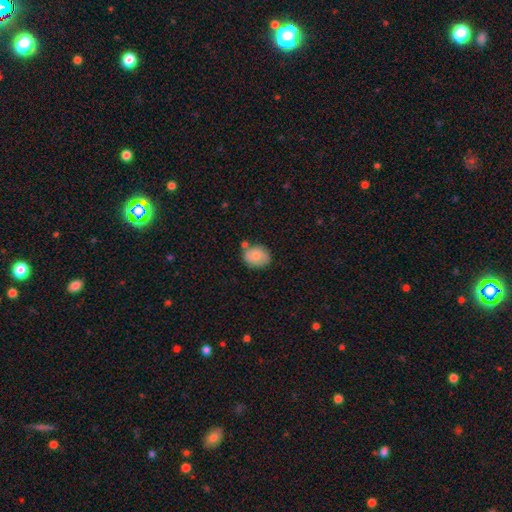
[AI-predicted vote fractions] Q: Smooth or featured?
A: smooth (79%); runner-up: featured or disk (13%)
Q: How rounded?
A: round (56%); runner-up: in between (43%)
Q: Merging?
A: none (66%); runner-up: minor disturbance (18%)